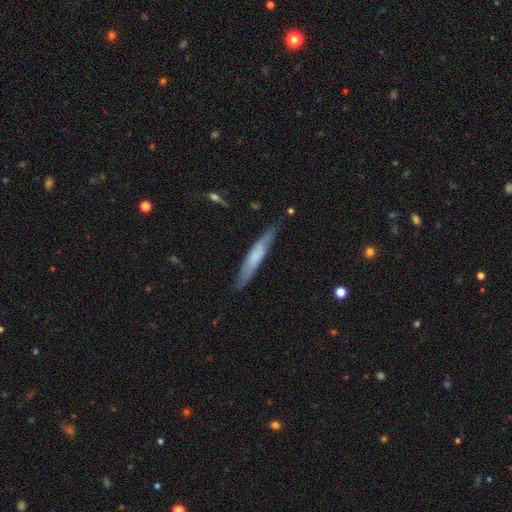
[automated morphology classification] Smooth or featured? Predicted: smooth (p=0.55). How rounded? Predicted: cigar-shaped (p=0.91). Merging? Predicted: none (p=0.80).